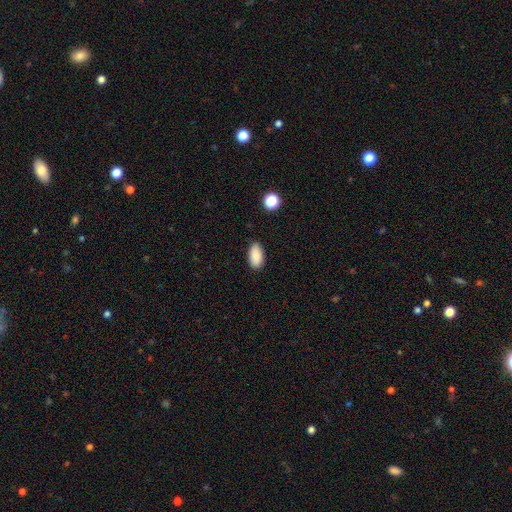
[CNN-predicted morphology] Q: Smooth or featured?
A: smooth (88%); runner-up: star or artifact (8%)
Q: How rounded?
A: in between (94%); runner-up: cigar-shaped (3%)
Q: Merging?
A: none (85%); runner-up: minor disturbance (11%)